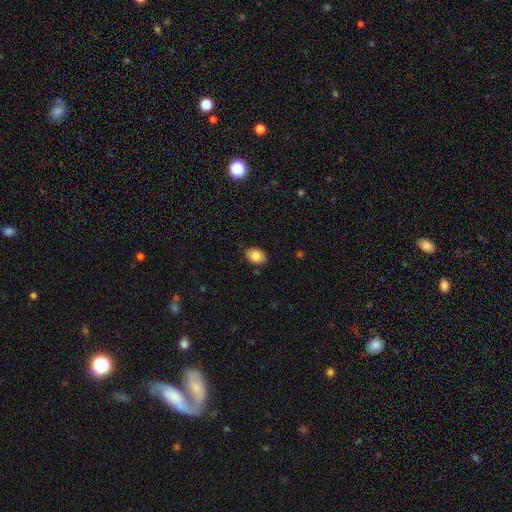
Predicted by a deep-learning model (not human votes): This is clearly a smooth galaxy (83%). How rounded: likely in between (79%). Merging: clearly none (82%).